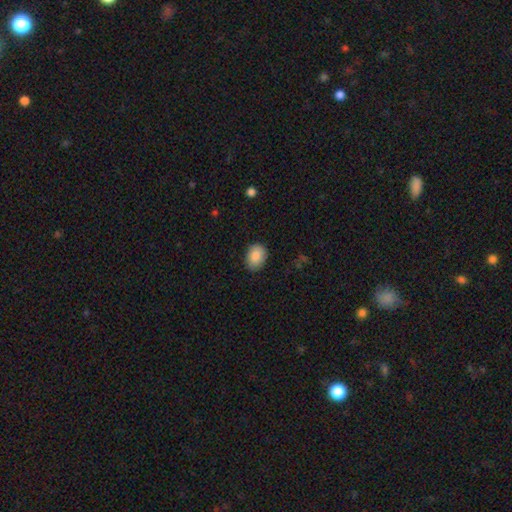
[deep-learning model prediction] A smooth galaxy with no disk features (88%) that is in between round and cigar-shaped (71%).

Vote fractions:
- Smooth or featured? smooth: 88% / star or artifact: 7% / featured or disk: 5%
- How rounded? in between: 71% / round: 28% / cigar-shaped: 1%
- Merging? none: 84% / minor disturbance: 12% / major disturbance: 2% / merger: 1%